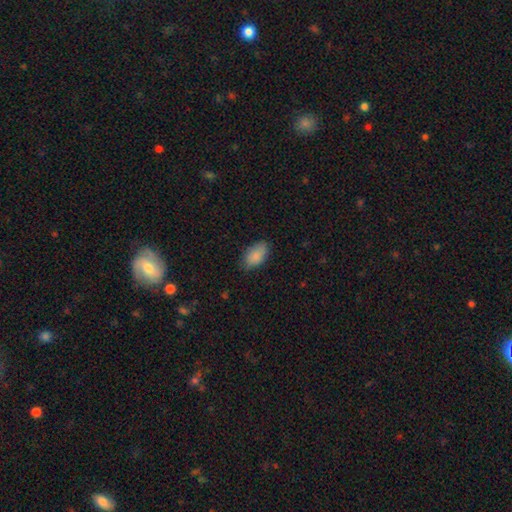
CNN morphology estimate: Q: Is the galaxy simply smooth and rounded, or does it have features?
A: smooth — 88%.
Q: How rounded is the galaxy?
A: in between — 93%.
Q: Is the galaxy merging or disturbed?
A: none — 78%.